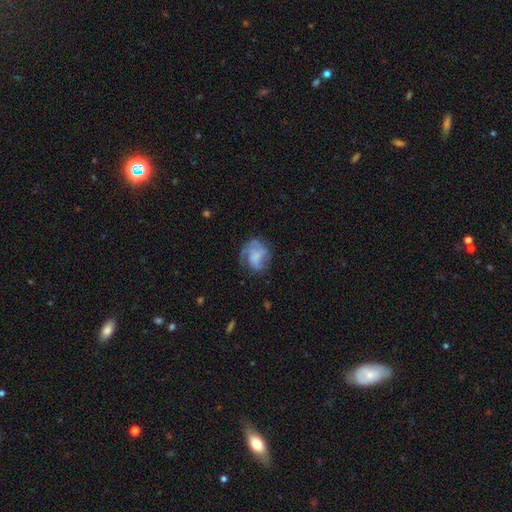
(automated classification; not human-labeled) smooth_or_featured: featured or disk (p=0.57) [alt: smooth p=0.34]
disk_edge_on: no (p=0.98) [alt: yes p=0.02]
bar: no (p=0.69) [alt: weak p=0.26]
has_spiral_arms: yes (p=0.79) [alt: no p=0.21]
bulge_size: none (p=0.51) [alt: moderate p=0.18]
merging: none (p=0.55) [alt: minor disturbance p=0.22]